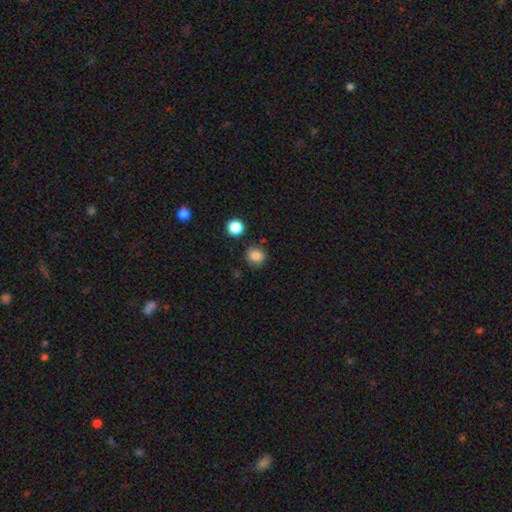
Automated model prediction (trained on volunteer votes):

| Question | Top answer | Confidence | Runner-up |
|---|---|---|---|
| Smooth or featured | smooth | 85% | star or artifact (11%) |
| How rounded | round | 80% | in between (19%) |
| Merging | none | 85% | minor disturbance (9%) |